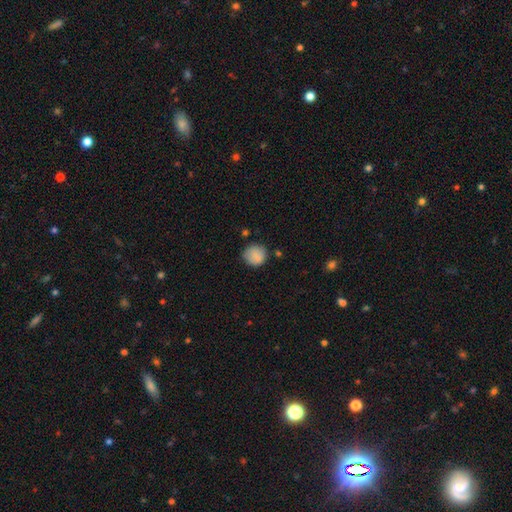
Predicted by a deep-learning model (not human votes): Smooth or featured? Predicted: smooth (p=0.86). How rounded? Predicted: round (p=0.88). Merging? Predicted: none (p=0.72).